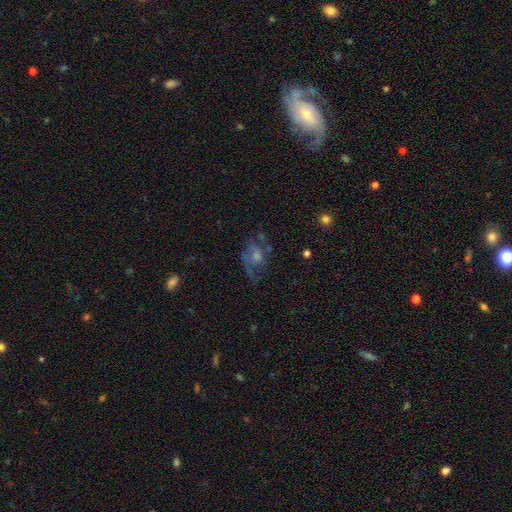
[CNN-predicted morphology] featured or disk 62%, smooth 21%, star or artifact 16%. Down the decision tree: edge-on disk — no (95%); bar — no (70%); spiral arms — yes (78%); bulge size — moderate (48%); merging — none (55%).